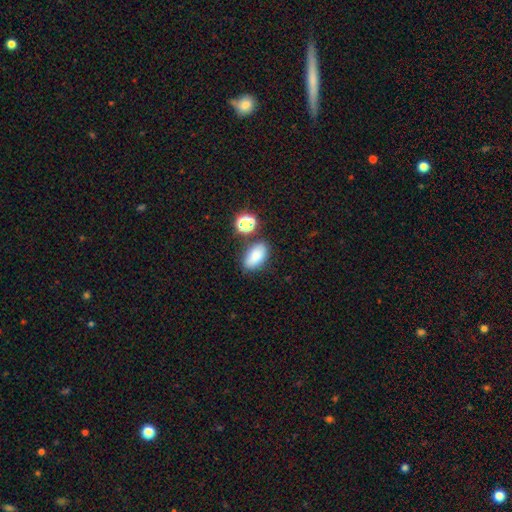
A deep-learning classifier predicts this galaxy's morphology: smooth_or_featured: smooth (p=0.80) [alt: star or artifact p=0.12]
how_rounded: in between (p=0.89) [alt: round p=0.08]
merging: none (p=0.75) [alt: minor disturbance p=0.13]